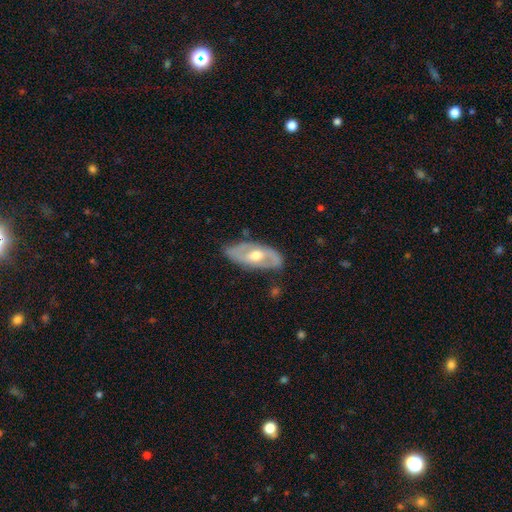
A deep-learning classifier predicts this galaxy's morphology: featured or disk 71%, smooth 24%, star or artifact 5%. Down the decision tree: edge-on disk — no (87%); bar — no (47%); spiral arms — yes (67%); bulge size — moderate (75%); merging — none (74%).